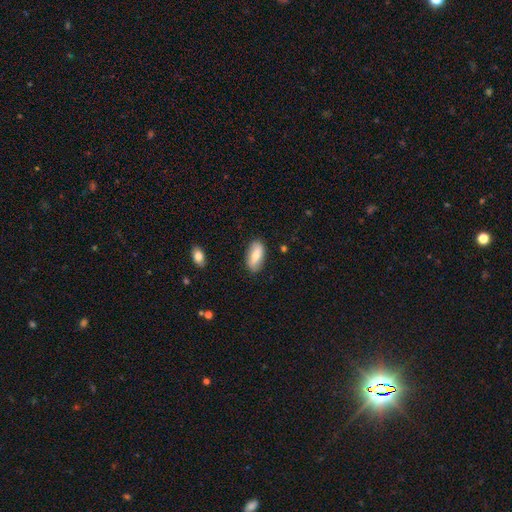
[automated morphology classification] type=smooth (70%); roundness=in between (87%); merging=none (84%).